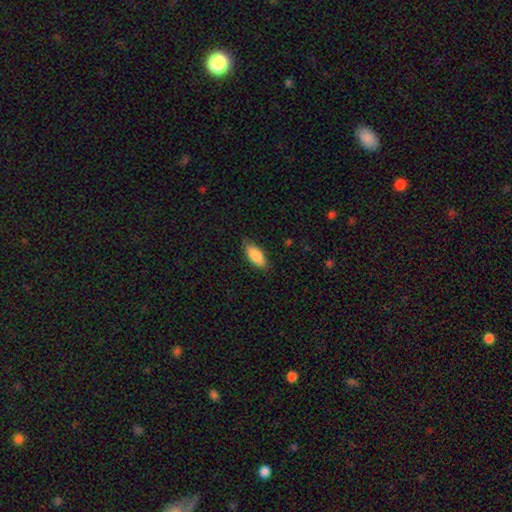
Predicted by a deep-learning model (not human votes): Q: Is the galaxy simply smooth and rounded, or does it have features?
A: smooth — 86%.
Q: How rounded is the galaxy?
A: in between — 82%.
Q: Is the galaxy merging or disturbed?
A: none — 82%.